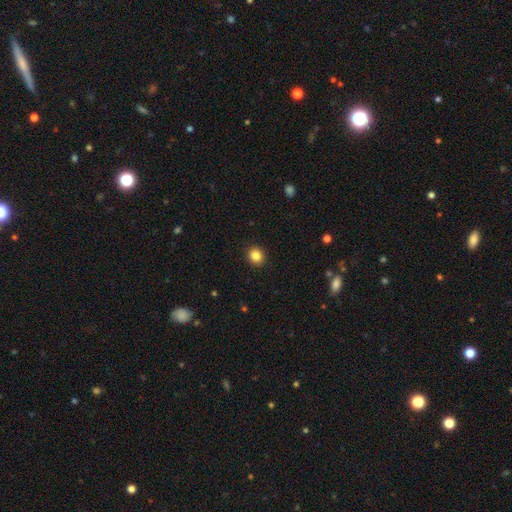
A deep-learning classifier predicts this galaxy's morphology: Smooth or featured? smooth (85%)
How rounded? round (84%)
Merging? none (92%)